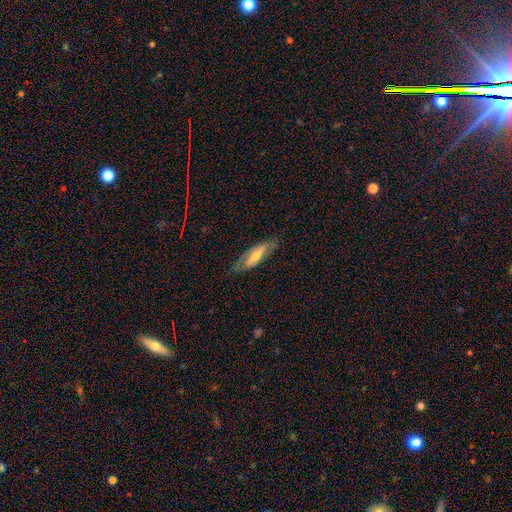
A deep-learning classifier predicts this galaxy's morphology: Smooth or featured? Predicted: featured or disk (p=0.54). Edge-on disk? Predicted: no (p=0.62). Merging? Predicted: none (p=0.78).